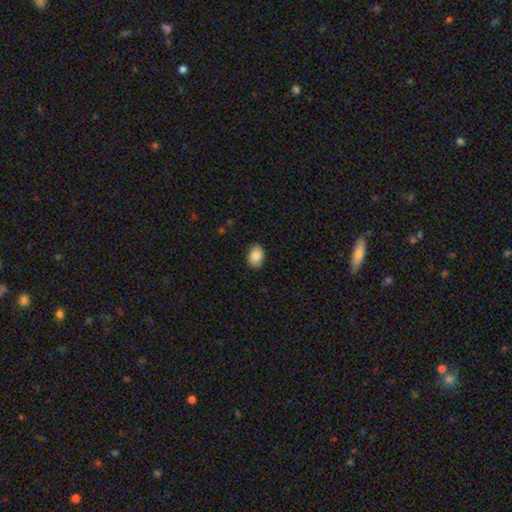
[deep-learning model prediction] Overall: smooth (90%). How rounded: in between (78%). Merging: none (85%).